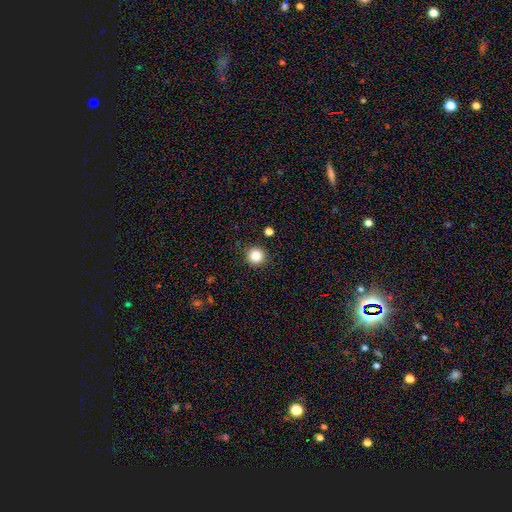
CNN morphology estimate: type=smooth (85%); roundness=round (94%); merging=none (90%).